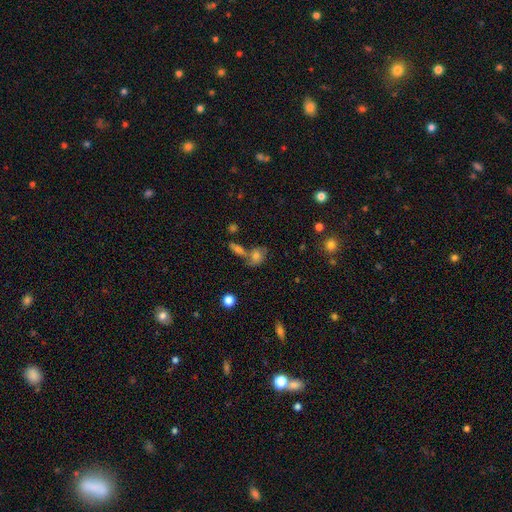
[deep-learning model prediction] A smooth galaxy with no disk features (63%) that is in between round and cigar-shaped (66%). Merging: none (43%).